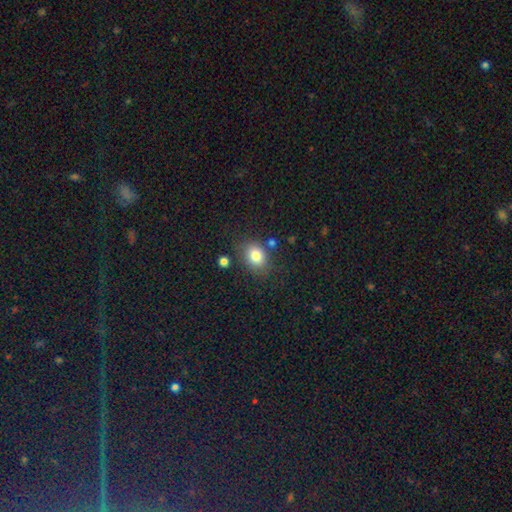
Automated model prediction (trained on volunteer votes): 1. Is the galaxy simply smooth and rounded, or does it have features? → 81% smooth, 10% star or artifact, 8% featured or disk.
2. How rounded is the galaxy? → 57% in between, 42% round, 1% cigar-shaped.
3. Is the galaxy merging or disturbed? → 76% none, 14% minor disturbance, 6% merger, 5% major disturbance.